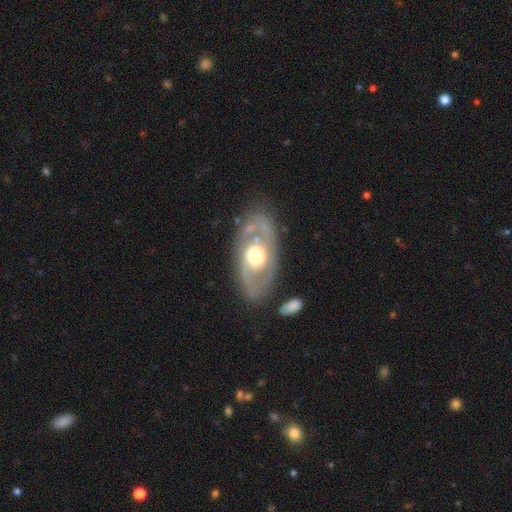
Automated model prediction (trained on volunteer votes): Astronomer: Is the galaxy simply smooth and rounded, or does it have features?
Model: featured or disk — 75%.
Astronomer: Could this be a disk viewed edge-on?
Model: no — 91%.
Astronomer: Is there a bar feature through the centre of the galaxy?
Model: no — 74%.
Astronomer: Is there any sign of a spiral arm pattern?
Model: yes — 56% (runner-up: no, 44%).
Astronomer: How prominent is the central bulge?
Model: moderate — 55% (runner-up: large, 36%).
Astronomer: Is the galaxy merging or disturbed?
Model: none — 77%.